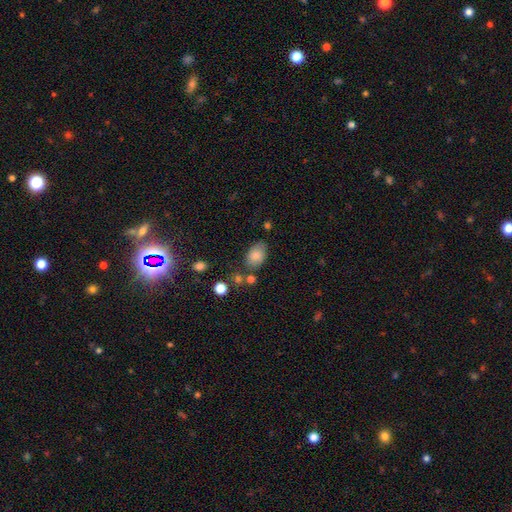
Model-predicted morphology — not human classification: smooth 81%, featured or disk 10%, star or artifact 9%. Down the decision tree: how rounded — in between (82%); merging — none (68%).